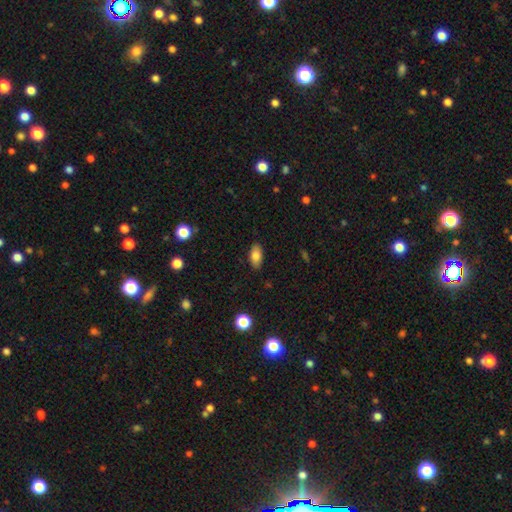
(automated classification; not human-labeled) A smooth galaxy with no disk features (83%) that is in between round and cigar-shaped (90%). Merging: none (87%).